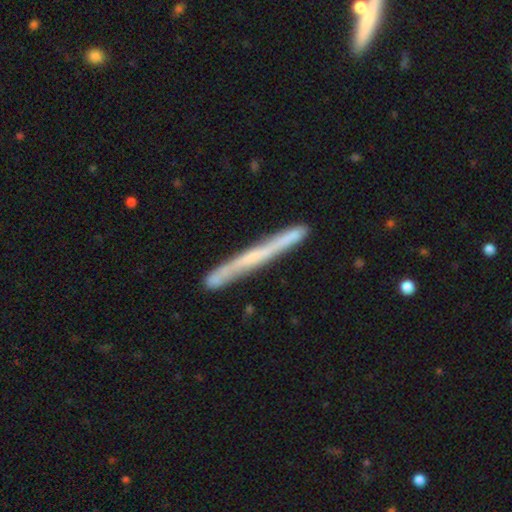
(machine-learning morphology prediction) This is likely a featured or disk galaxy (61%). It is clearly viewed edge-on (94%). Edge-on bulge: likely none (74%). Merging: clearly none (84%).